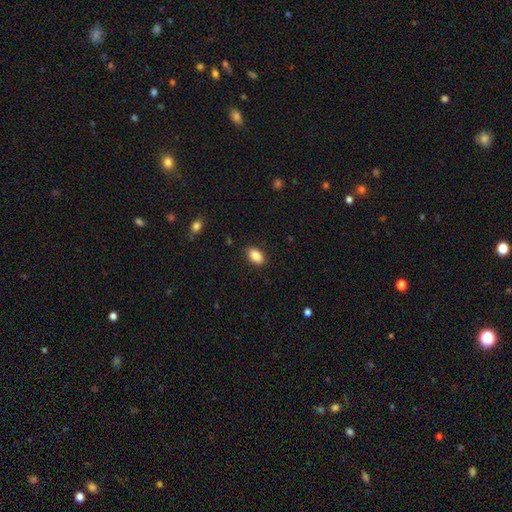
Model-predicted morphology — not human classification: type=smooth (87%); roundness=in between (90%); merging=none (87%).